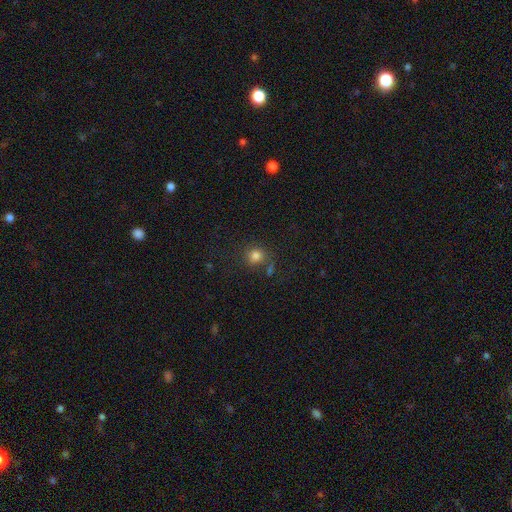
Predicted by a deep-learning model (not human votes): smooth 79%, star or artifact 14%, featured or disk 7%. Down the decision tree: how rounded — round (82%); merging — none (71%).